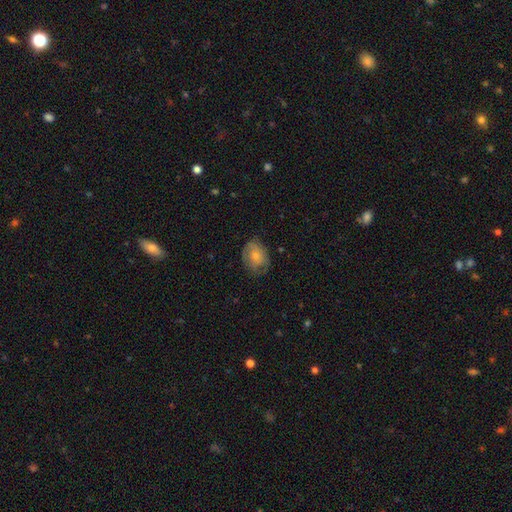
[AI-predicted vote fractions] featured or disk 47%, smooth 43%, star or artifact 10%. Down the decision tree: merging — none (71%).